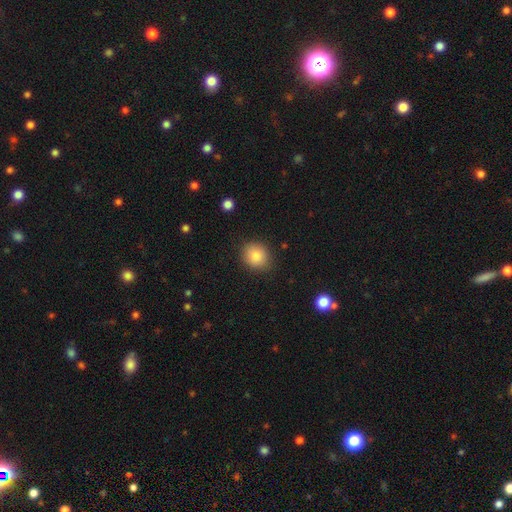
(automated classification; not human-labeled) smooth-or-featured: smooth: 85% | star or artifact: 9% | featured or disk: 6%
  how-rounded: round: 75% | in between: 24% | cigar-shaped: 1%
  merging: none: 84% | minor disturbance: 12% | major disturbance: 3% | merger: 1%